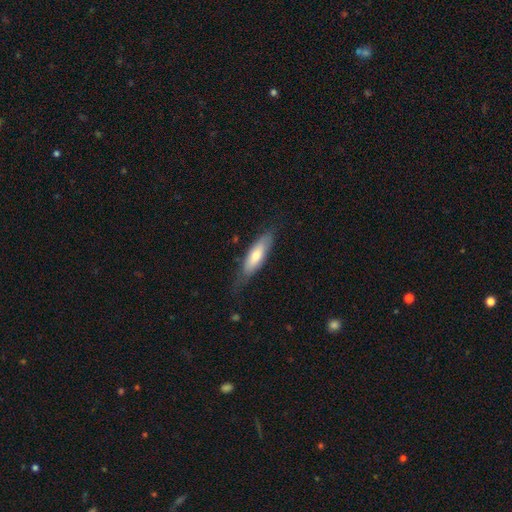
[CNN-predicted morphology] Smooth or featured?
  - smooth: 63% *
  - featured or disk: 31%
  - star or artifact: 6%
How rounded?
  - cigar-shaped: 54% *
  - in between: 44%
  - round: 2%
Merging?
  - none: 70% *
  - minor disturbance: 23%
  - major disturbance: 6%
  - merger: 1%